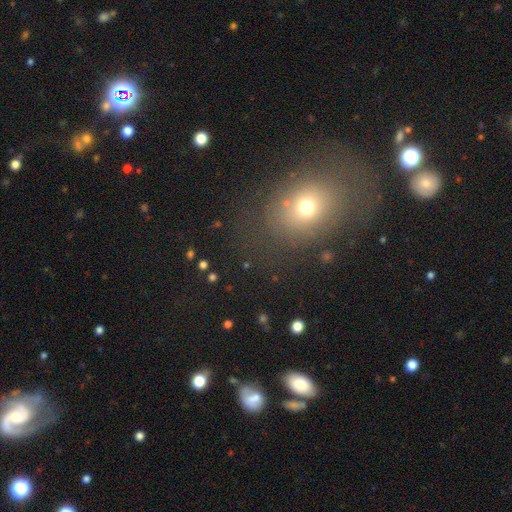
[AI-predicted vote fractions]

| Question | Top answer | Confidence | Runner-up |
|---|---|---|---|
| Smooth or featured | smooth | 57% | star or artifact (27%) |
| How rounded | in between | 54% | round (44%) |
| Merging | none | 77% | minor disturbance (12%) |